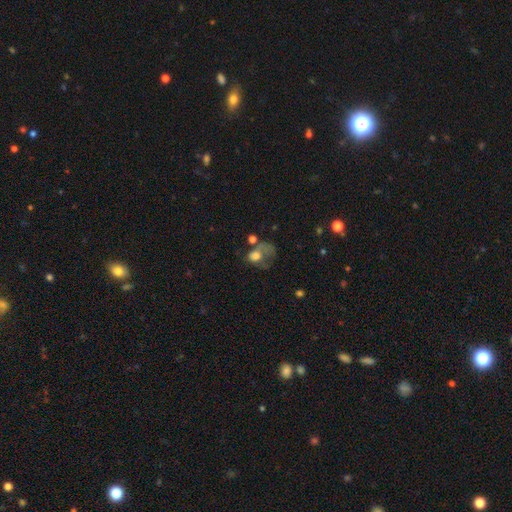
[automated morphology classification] A smooth galaxy with no disk features (58%) that is in between round and cigar-shaped (57%). Merging: major disturbance (50%).